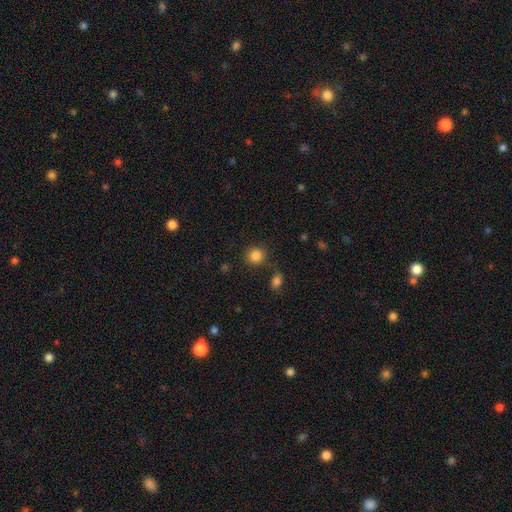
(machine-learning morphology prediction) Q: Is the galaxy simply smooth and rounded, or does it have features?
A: smooth — 85%.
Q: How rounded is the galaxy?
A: round — 89%.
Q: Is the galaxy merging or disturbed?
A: none — 81%.